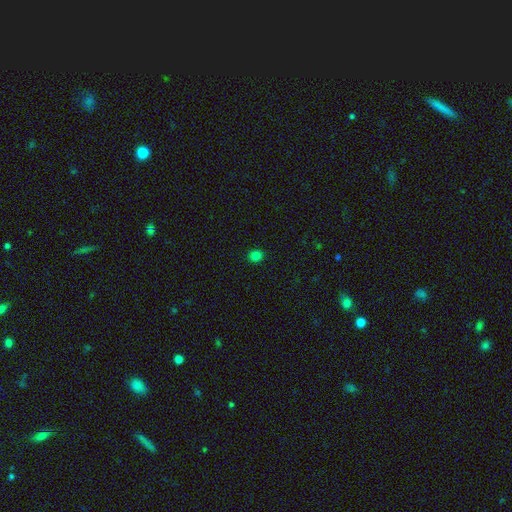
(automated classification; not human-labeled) This is clearly a smooth galaxy (82%). How rounded: likely round (75%). Merging: clearly none (91%).